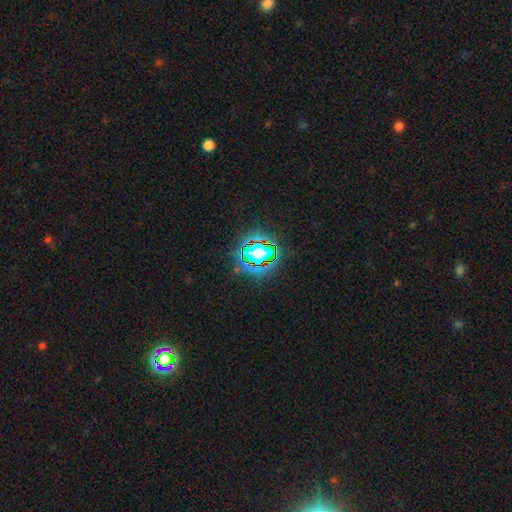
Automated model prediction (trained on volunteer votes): Overall: star or artifact (64%).